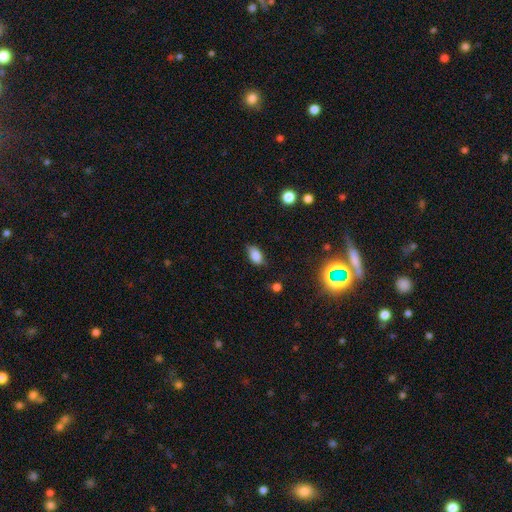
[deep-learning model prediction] Overall: smooth (82%). How rounded: in between (90%). Merging: none (76%).